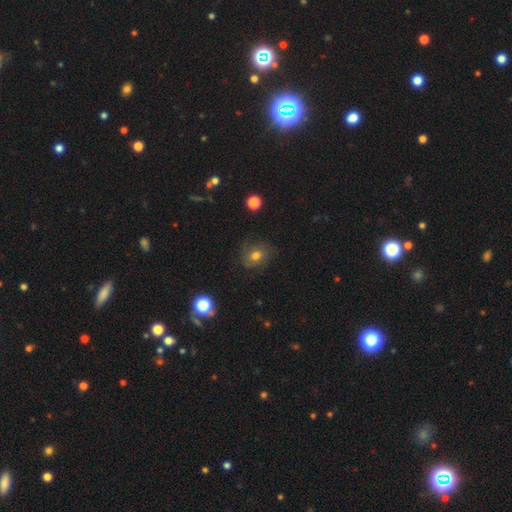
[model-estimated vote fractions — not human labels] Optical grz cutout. It shows a smooth galaxy with no disk features (51%) that is round (54%). Merging: none (70%).